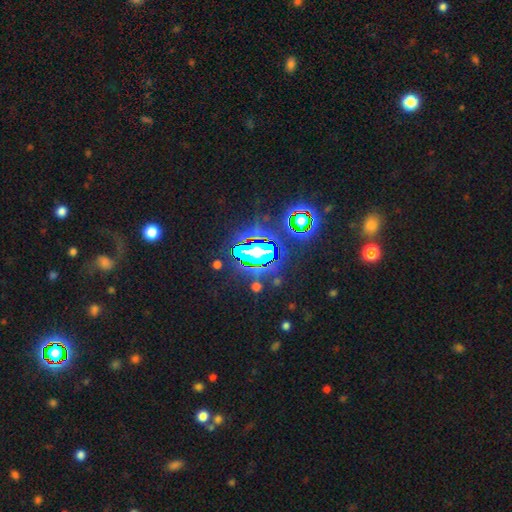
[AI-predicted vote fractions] Morphology: type=star or artifact (68%).